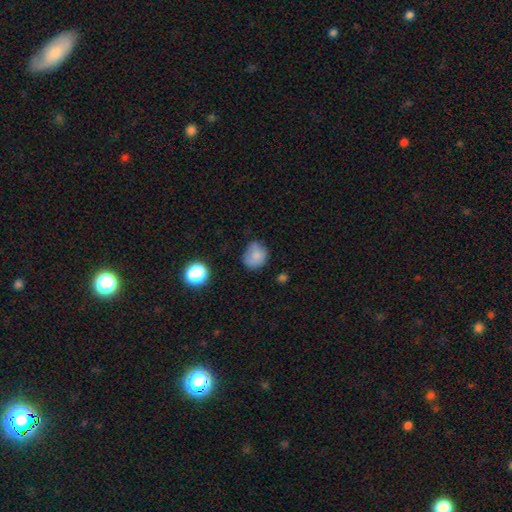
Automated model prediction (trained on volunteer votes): smooth 80%, star or artifact 11%, featured or disk 9%. Down the decision tree: how rounded — round (73%); merging — none (58%).